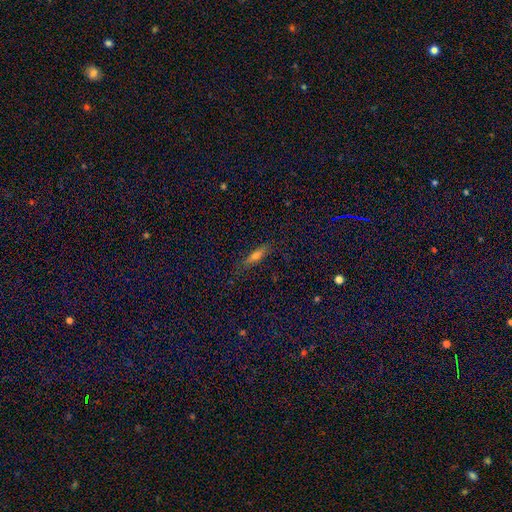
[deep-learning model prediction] Overall: smooth (59%; featured or disk 30%). How rounded: cigar-shaped (63%; in between 34%). Merging: none (82%).